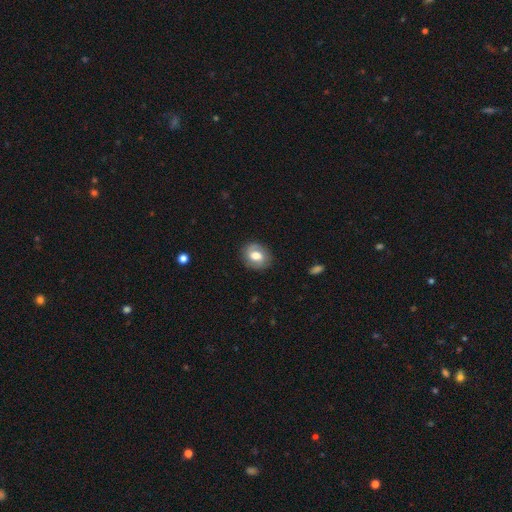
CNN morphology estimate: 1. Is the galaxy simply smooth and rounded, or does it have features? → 65% smooth, 27% featured or disk, 8% star or artifact.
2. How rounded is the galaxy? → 51% in between, 48% round, 1% cigar-shaped.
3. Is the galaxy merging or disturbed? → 82% none, 13% minor disturbance, 4% major disturbance, 1% merger.